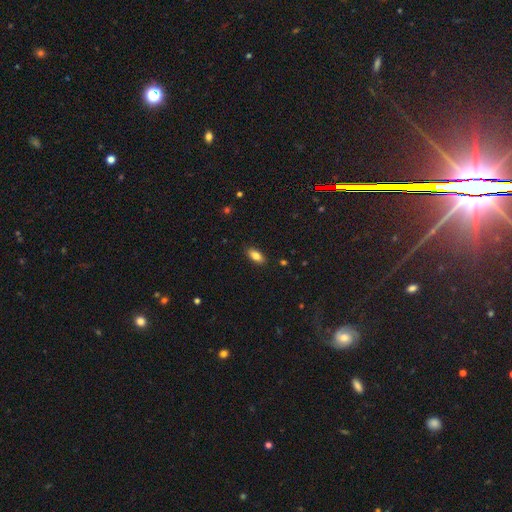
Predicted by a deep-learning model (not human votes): Smooth or featured: smooth — 83% (featured or disk — 10%)
How rounded: in between — 87% (cigar-shaped — 10%)
Merging: none — 88% (minor disturbance — 9%)